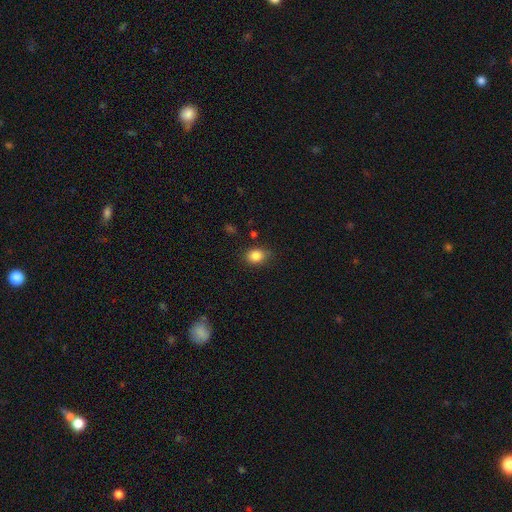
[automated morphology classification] The model was most divided on "how rounded": in between: 53%, round: 46%, cigar-shaped: 1%. More confident: smooth or featured — smooth (85%); merging — none (79%).